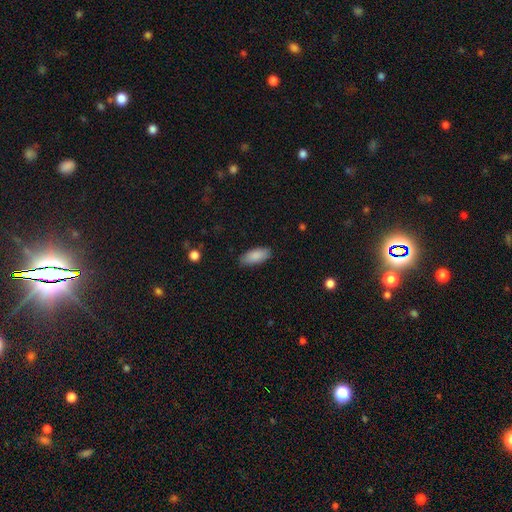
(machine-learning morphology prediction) Q: Smooth or featured?
A: smooth (88%); runner-up: star or artifact (6%)
Q: How rounded?
A: in between (83%); runner-up: cigar-shaped (15%)
Q: Merging?
A: none (85%); runner-up: minor disturbance (12%)